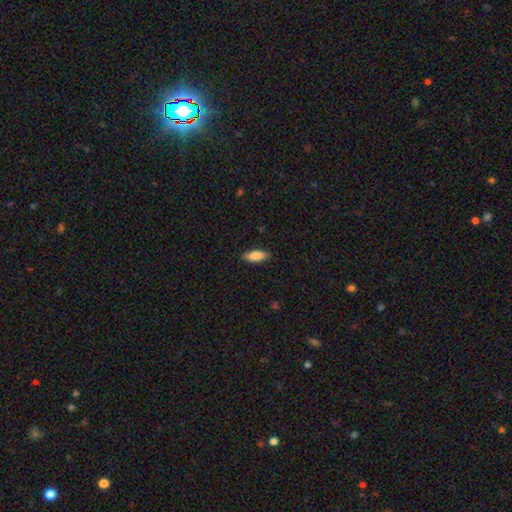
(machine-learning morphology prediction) This is clearly a smooth galaxy (86%). How rounded: likely in between (74%). Merging: clearly none (87%).